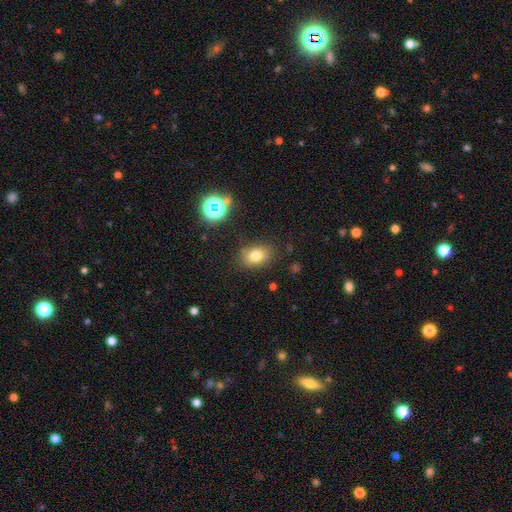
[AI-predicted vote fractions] smooth_or_featured: smooth (p=0.77) [alt: star or artifact p=0.13]
how_rounded: in between (p=0.71) [alt: round p=0.28]
merging: none (p=0.80) [alt: minor disturbance p=0.13]